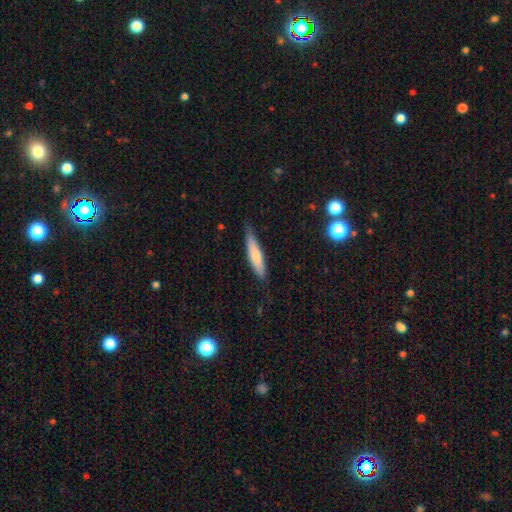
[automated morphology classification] smooth-or-featured: smooth: 68% | featured or disk: 26% | star or artifact: 6%
  how-rounded: cigar-shaped: 79% | in between: 19% | round: 2%
  merging: none: 76% | minor disturbance: 20% | major disturbance: 3% | merger: 1%